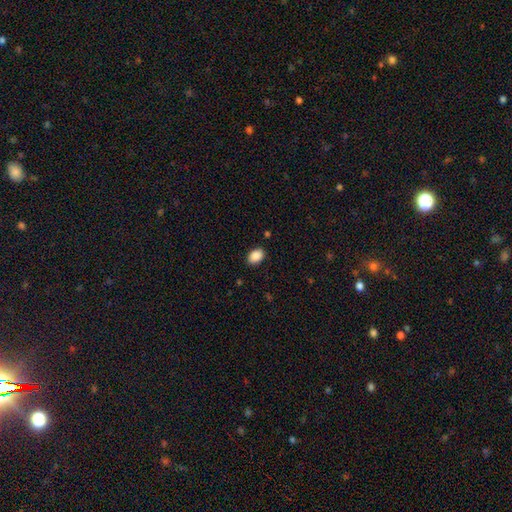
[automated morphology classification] A smooth galaxy with no disk features (89%) that is in between round and cigar-shaped (81%).

Vote fractions:
- Smooth or featured? smooth: 89% / star or artifact: 8% / featured or disk: 3%
- How rounded? in between: 81% / round: 18% / cigar-shaped: 1%
- Merging? none: 88% / minor disturbance: 9% / major disturbance: 2% / merger: 1%